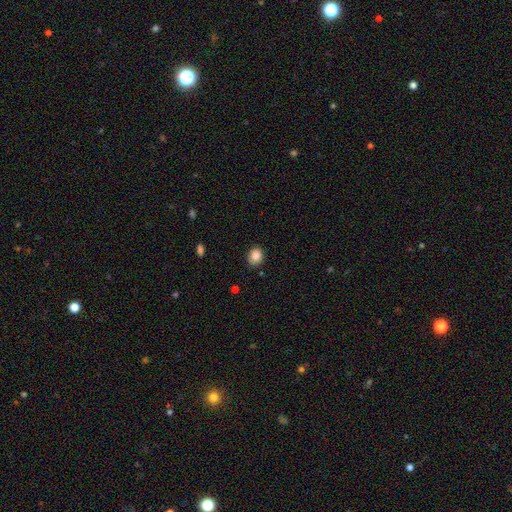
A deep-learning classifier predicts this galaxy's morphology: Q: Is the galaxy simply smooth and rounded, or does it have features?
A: smooth — 85%.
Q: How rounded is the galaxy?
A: round — 64%.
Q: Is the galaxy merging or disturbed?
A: none — 85%.